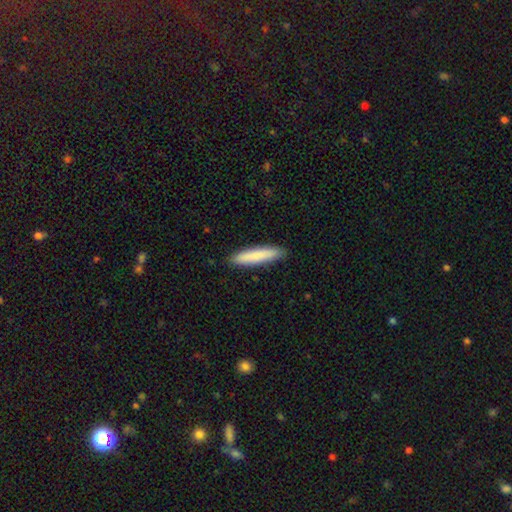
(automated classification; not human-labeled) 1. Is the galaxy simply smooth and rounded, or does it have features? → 85% smooth, 10% featured or disk, 5% star or artifact.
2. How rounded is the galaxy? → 89% cigar-shaped, 9% in between, 1% round.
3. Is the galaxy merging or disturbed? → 90% none, 7% minor disturbance, 1% major disturbance, 1% merger.